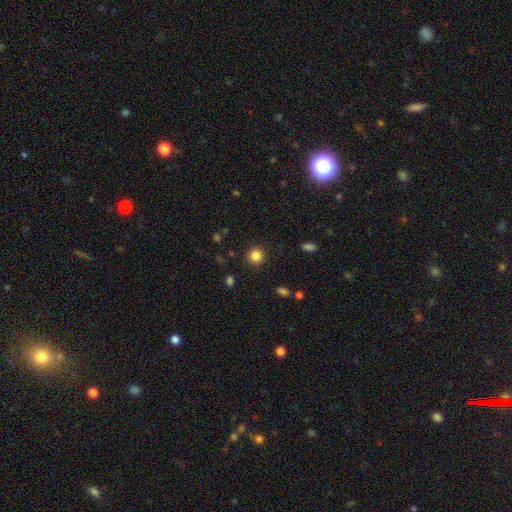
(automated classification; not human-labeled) Smooth or featured? smooth (84%)
How rounded? round (93%)
Merging? none (90%)